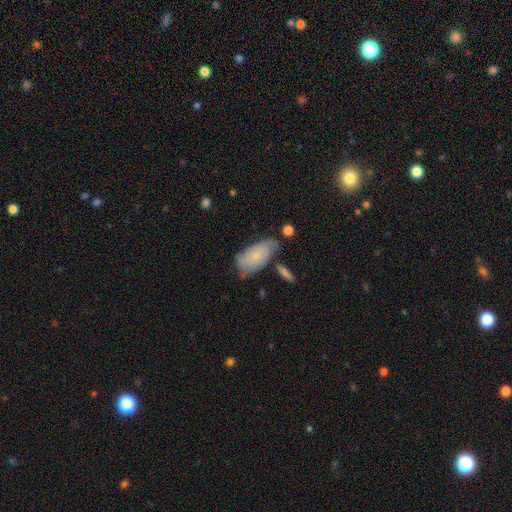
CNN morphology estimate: Q: Smooth or featured?
A: smooth (66%); runner-up: featured or disk (27%)
Q: How rounded?
A: in between (91%); runner-up: cigar-shaped (6%)
Q: Merging?
A: none (48%); runner-up: minor disturbance (33%)